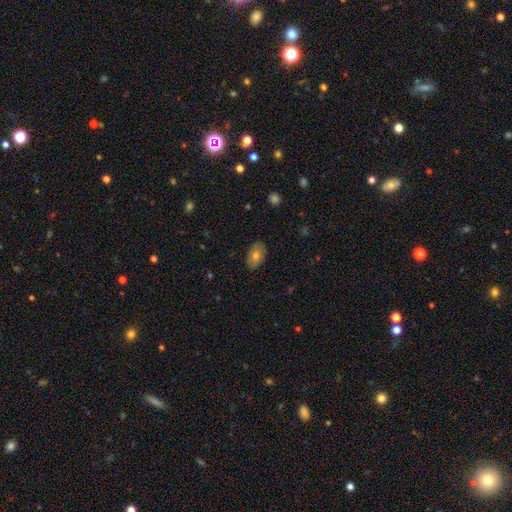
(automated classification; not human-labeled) Smooth or featured: smooth — 70% (featured or disk — 21%)
How rounded: in between — 91% (round — 7%)
Merging: none — 86% (minor disturbance — 11%)